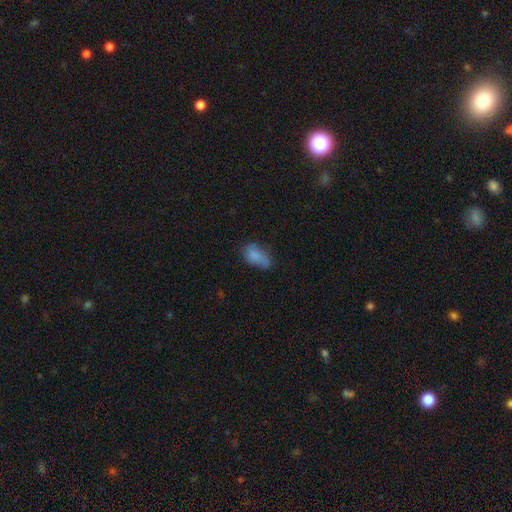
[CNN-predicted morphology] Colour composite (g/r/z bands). It shows a smooth galaxy with no disk features (80%) that is in between round and cigar-shaped (90%). Merging: none (50%).